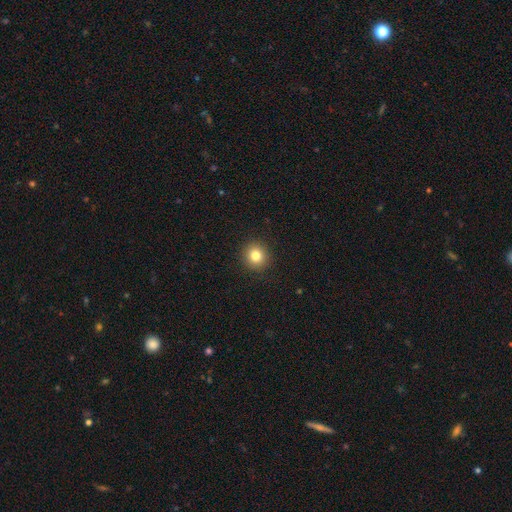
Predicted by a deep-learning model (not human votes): smooth-or-featured: smooth: 81% | star or artifact: 12% | featured or disk: 7%
  how-rounded: round: 92% | in between: 8% | cigar-shaped: 1%
  merging: none: 92% | minor disturbance: 5% | major disturbance: 2% | merger: 1%